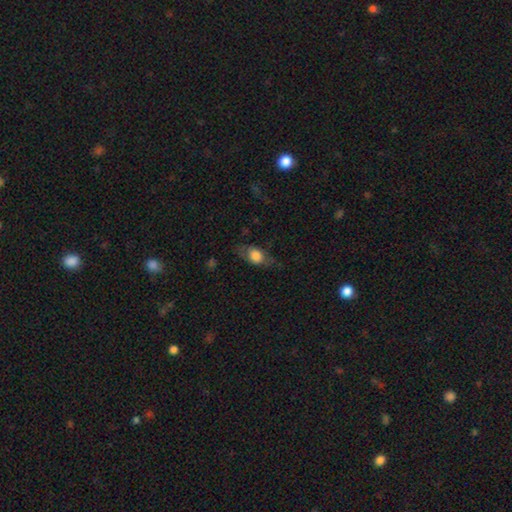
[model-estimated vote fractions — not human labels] smooth_or_featured: smooth (p=0.67) [alt: featured or disk p=0.25]
how_rounded: in between (p=0.75) [alt: round p=0.17]
merging: none (p=0.62) [alt: minor disturbance p=0.23]